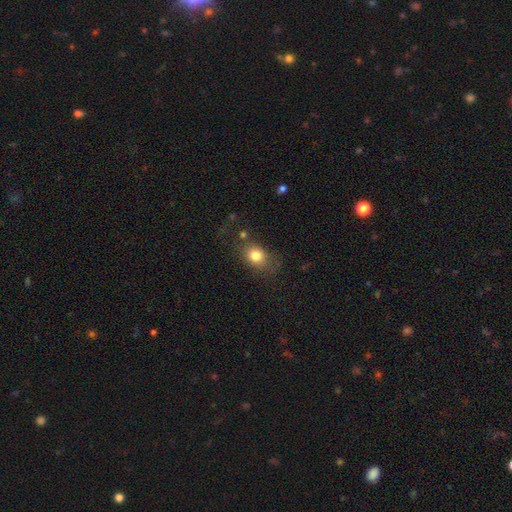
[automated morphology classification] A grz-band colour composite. It shows a smooth galaxy with no disk features (81%) that is in between round and cigar-shaped (53%). Merging: none (64%).